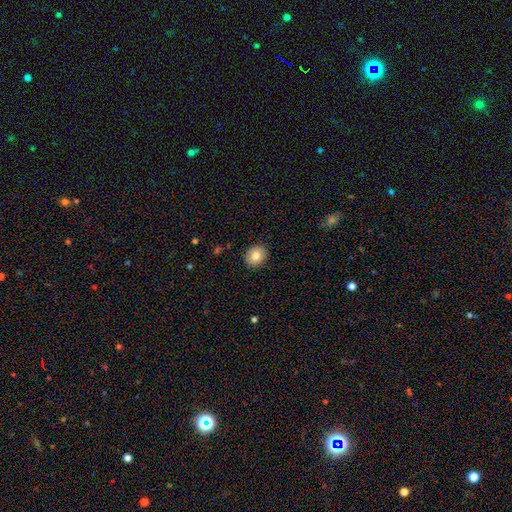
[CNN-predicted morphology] Smooth or featured?
  - smooth: 81% *
  - featured or disk: 10%
  - star or artifact: 9%
How rounded?
  - round: 71% *
  - in between: 29%
  - cigar-shaped: 1%
Merging?
  - none: 90% *
  - minor disturbance: 7%
  - major disturbance: 2%
  - merger: 1%